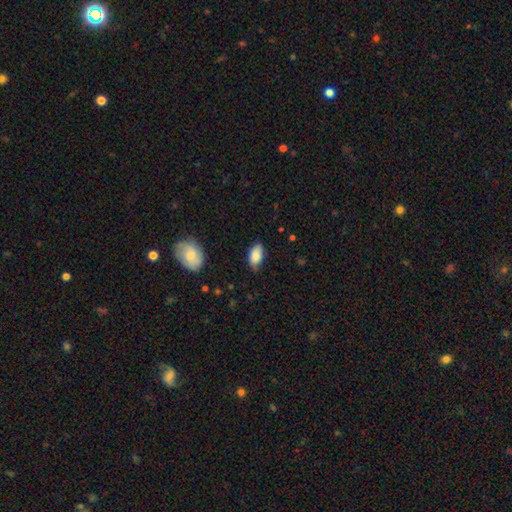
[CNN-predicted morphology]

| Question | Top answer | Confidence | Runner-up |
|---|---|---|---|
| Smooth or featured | smooth | 85% | featured or disk (8%) |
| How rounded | in between | 93% | round (4%) |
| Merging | none | 74% | minor disturbance (21%) |